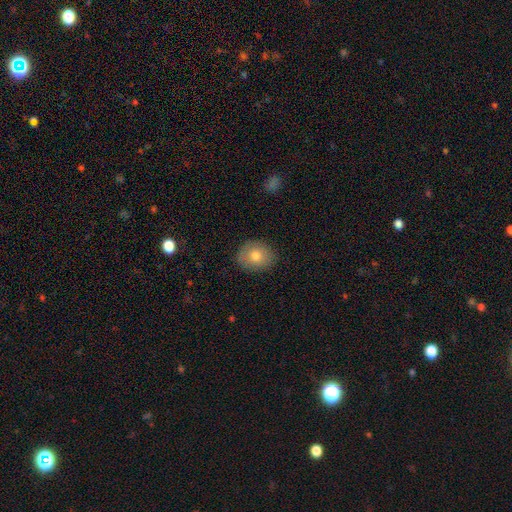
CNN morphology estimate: A smooth galaxy with no disk features (76%) that is round (56%). Merging: none (85%).